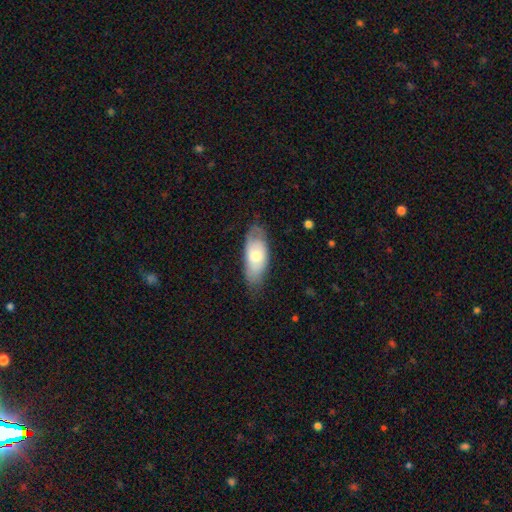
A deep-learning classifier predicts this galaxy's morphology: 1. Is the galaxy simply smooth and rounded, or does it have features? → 64% smooth, 30% featured or disk, 6% star or artifact.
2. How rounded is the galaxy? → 85% in between, 12% cigar-shaped, 3% round.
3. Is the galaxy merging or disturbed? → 65% none, 27% minor disturbance, 7% major disturbance, 1% merger.